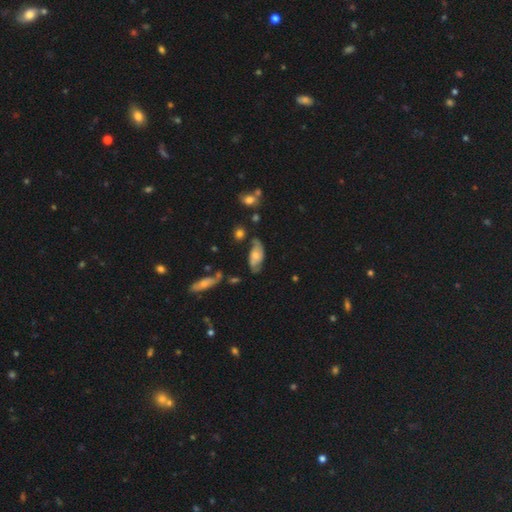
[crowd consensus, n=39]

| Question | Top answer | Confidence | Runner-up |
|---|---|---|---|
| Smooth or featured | featured or disk | 64% | smooth (26%) |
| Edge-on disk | no | 96% | yes (4%) |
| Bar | no | 67% | weak (25%) |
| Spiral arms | yes | 88% | no (12%) |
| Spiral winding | loose | 76% | tight (19%) |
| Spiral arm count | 2 | 86% | can't tell (10%) |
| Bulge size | moderate | 46% | small (38%) |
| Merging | none | 51% | minor disturbance (34%) |